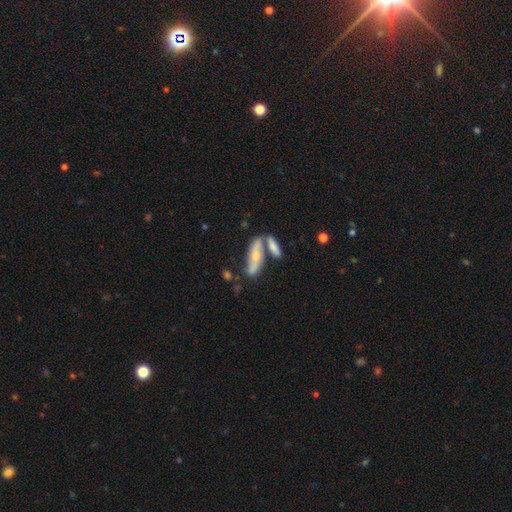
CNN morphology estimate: This is possibly a featured or disk galaxy (50%). Merging: possibly none (50%).